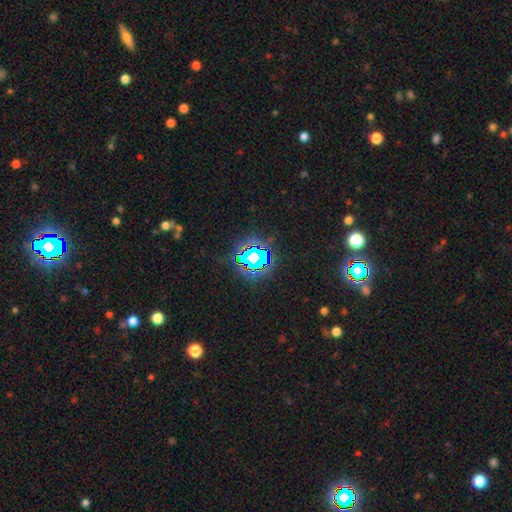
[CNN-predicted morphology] star or artifact 75%, smooth 15%, featured or disk 11%.